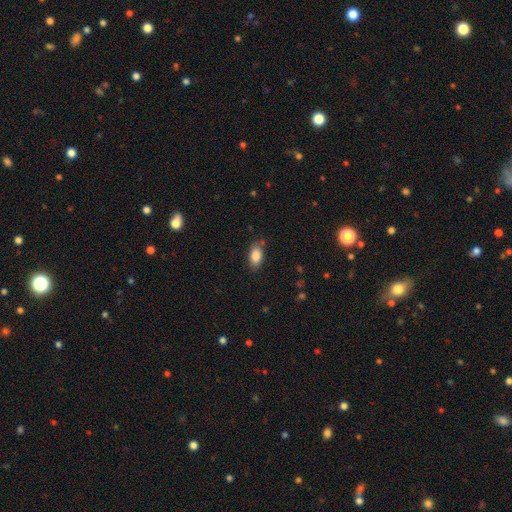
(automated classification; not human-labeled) Smooth or featured?
  - smooth: 85% *
  - star or artifact: 8%
  - featured or disk: 7%
How rounded?
  - in between: 90% *
  - round: 6%
  - cigar-shaped: 4%
Merging?
  - none: 80% *
  - minor disturbance: 15%
  - major disturbance: 3%
  - merger: 2%